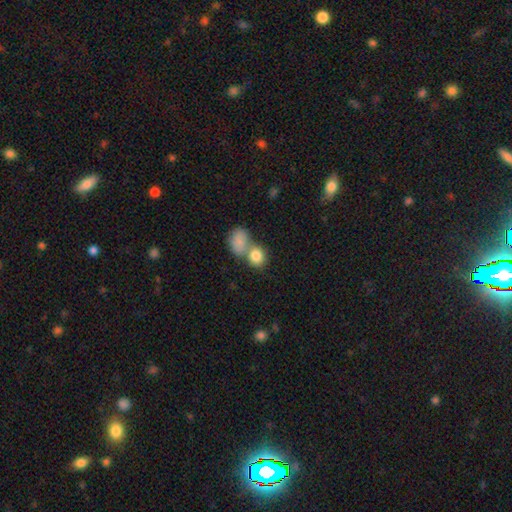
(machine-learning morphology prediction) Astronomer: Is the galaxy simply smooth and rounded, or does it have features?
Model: smooth — 84%.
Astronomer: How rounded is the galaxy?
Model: round — 65%.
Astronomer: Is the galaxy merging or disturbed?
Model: merger — 53% (runner-up: none, 36%).